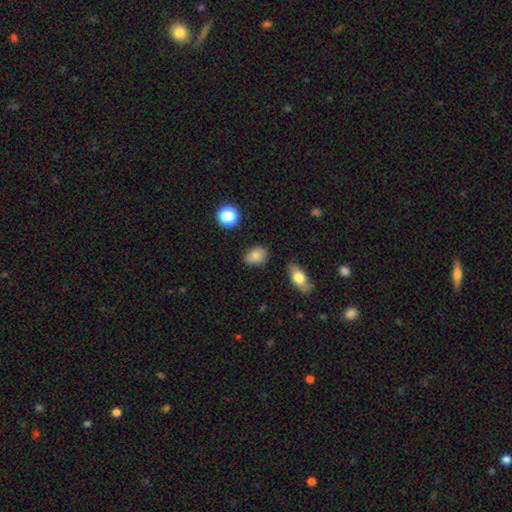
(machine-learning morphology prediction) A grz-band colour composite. It shows a smooth galaxy with no disk features (80%) that is in between round and cigar-shaped (70%). Merging: none (73%).